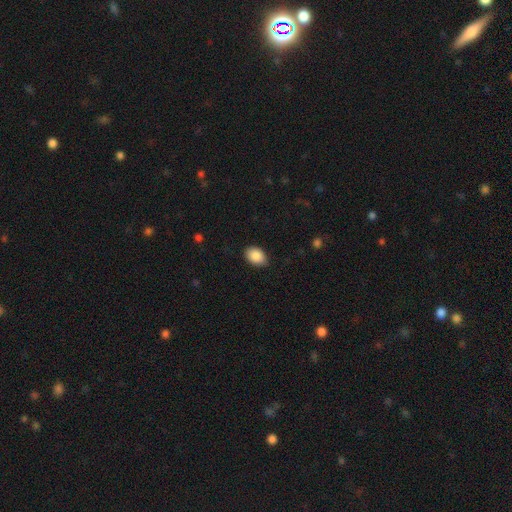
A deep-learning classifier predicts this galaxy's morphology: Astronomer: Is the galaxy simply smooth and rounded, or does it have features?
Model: smooth — 89%.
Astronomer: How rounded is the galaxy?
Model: in between — 85%.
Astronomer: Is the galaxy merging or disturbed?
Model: none — 86%.